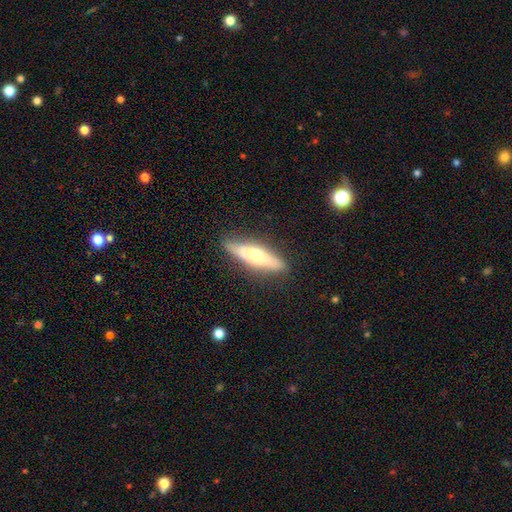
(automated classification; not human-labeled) This is possibly a featured or disk galaxy (49%). Merging: clearly none (86%).